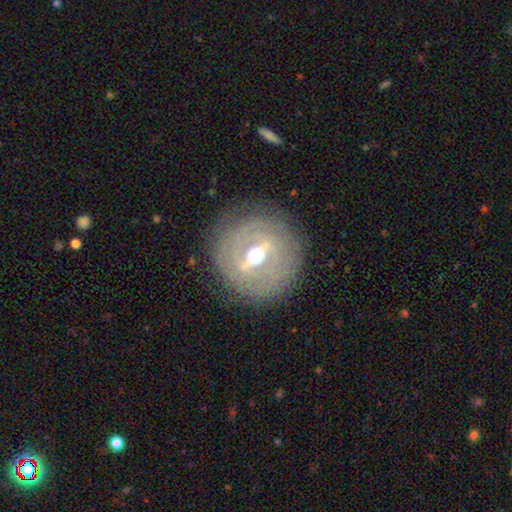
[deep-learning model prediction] This is clearly a featured or disk galaxy (84%). It is likely not viewed edge-on (77%). Bar: likely strong (71%). Spiral arm pattern: possibly yes (57%). Central bulge: likely moderate (73%). Merging: clearly none (84%).